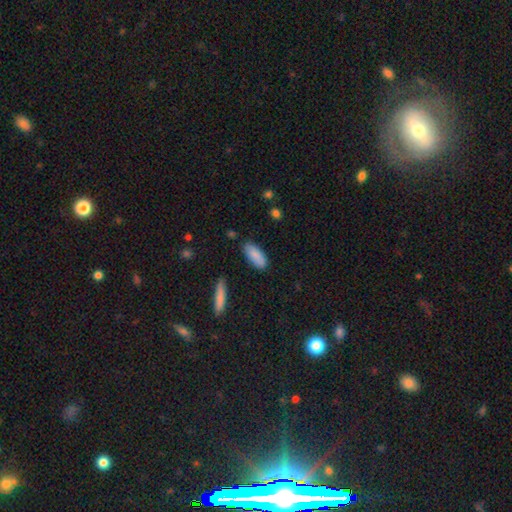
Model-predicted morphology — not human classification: Smooth or featured: smooth — 87% (featured or disk — 7%)
How rounded: in between — 78% (cigar-shaped — 21%)
Merging: none — 83% (minor disturbance — 12%)